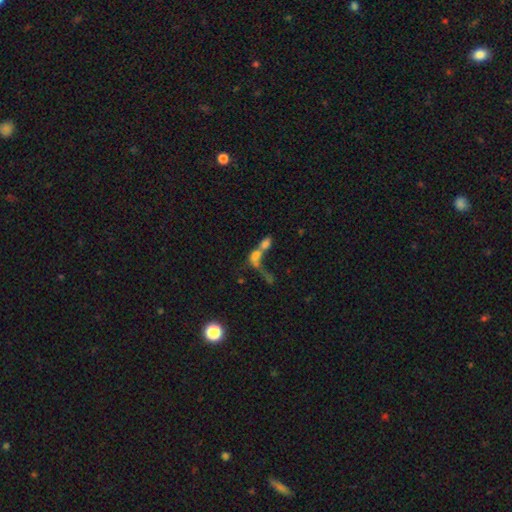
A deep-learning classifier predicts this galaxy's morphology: smooth-or-featured: smooth: 54% | featured or disk: 31% | star or artifact: 15%
  how-rounded: in between: 66% | round: 18% | cigar-shaped: 16%
  merging: merger: 69% | major disturbance: 15% | none: 11% | minor disturbance: 5%